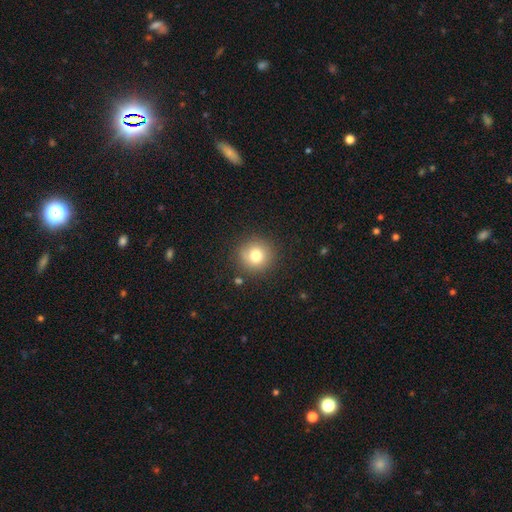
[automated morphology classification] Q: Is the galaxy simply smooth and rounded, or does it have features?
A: smooth — 78%.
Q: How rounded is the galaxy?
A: round — 92%.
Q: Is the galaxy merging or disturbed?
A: none — 85%.